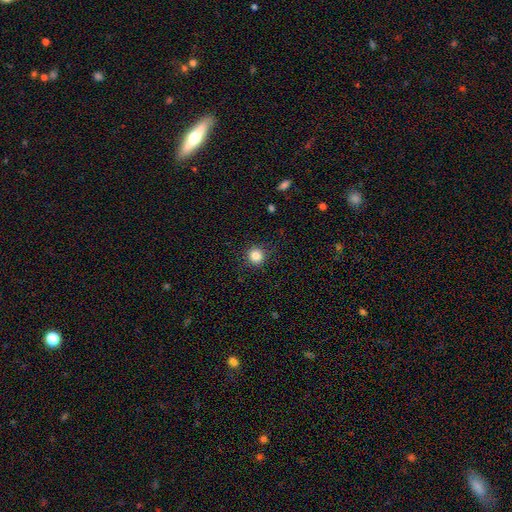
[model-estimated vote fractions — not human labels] Overall: smooth (85%). How rounded: round (93%). Merging: none (89%).